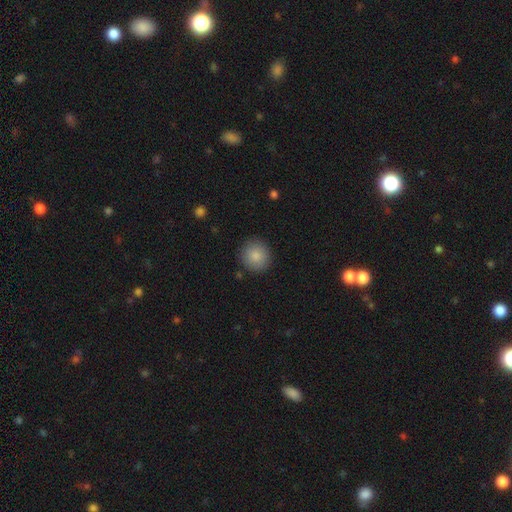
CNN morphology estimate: A smooth galaxy with no disk features (87%) that is round (92%). Merging: none (89%).